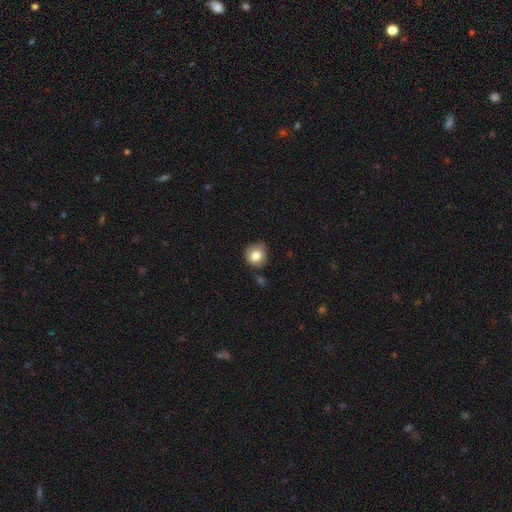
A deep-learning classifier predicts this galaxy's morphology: This is clearly a smooth galaxy (80%). How rounded: likely round (80%). Merging: likely none (67%).